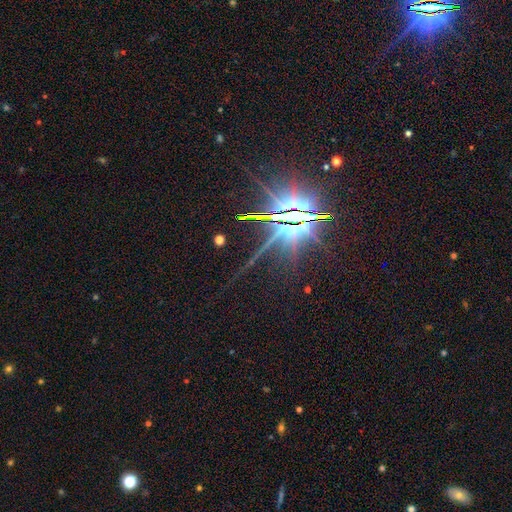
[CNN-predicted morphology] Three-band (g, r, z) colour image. It shows a star or artifact, not a galaxy (83%).